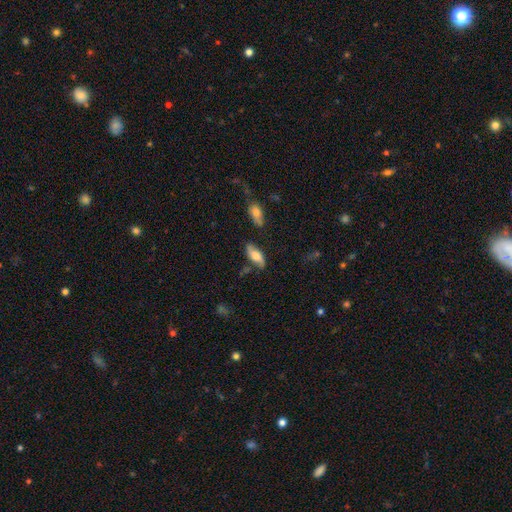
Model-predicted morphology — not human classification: Smooth or featured? Predicted: smooth (p=0.47). Merging? Predicted: none (p=0.67).